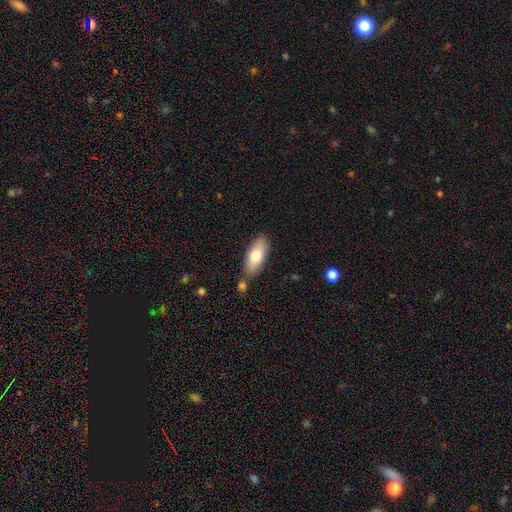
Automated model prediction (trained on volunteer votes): A smooth galaxy with no disk features (74%) that is in between round and cigar-shaped (78%).

Vote fractions:
- Smooth or featured? smooth: 74% / featured or disk: 20% / star or artifact: 6%
- How rounded? in between: 78% / cigar-shaped: 19% / round: 2%
- Merging? none: 75% / minor disturbance: 14% / merger: 8% / major disturbance: 3%